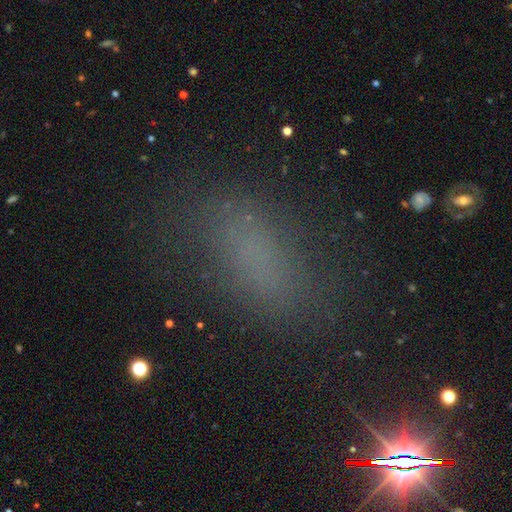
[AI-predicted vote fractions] smooth-or-featured: smooth: 62% | star or artifact: 27% | featured or disk: 11%
  how-rounded: in between: 75% | cigar-shaped: 19% | round: 6%
  merging: none: 72% | minor disturbance: 17% | major disturbance: 9% | merger: 2%